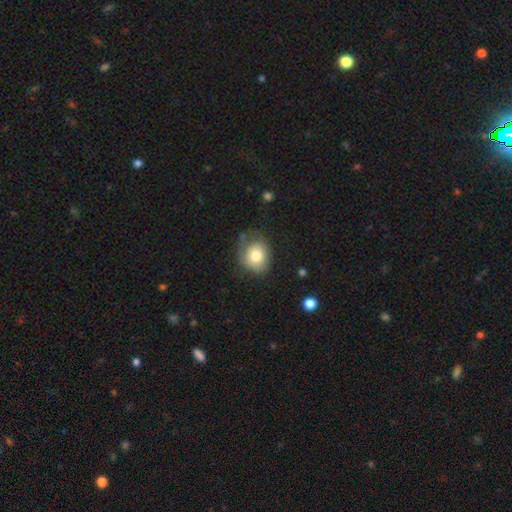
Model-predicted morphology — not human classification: This is likely a smooth galaxy (76%). How rounded: likely round (61%). Merging: possibly none (51%).